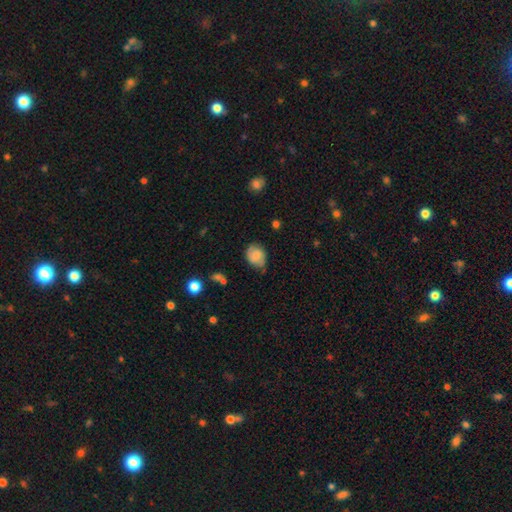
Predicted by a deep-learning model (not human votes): Smooth or featured? Predicted: smooth (p=0.73). How rounded? Predicted: in between (p=0.52). Merging? Predicted: none (p=0.58).